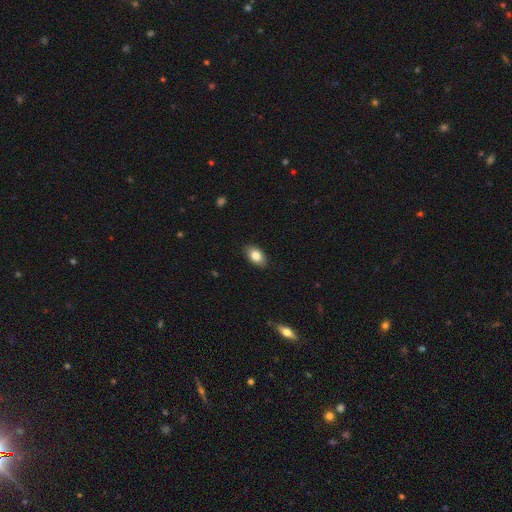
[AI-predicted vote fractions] Smooth or featured: smooth — 82% (featured or disk — 11%)
How rounded: in between — 91% (round — 7%)
Merging: none — 88% (minor disturbance — 9%)